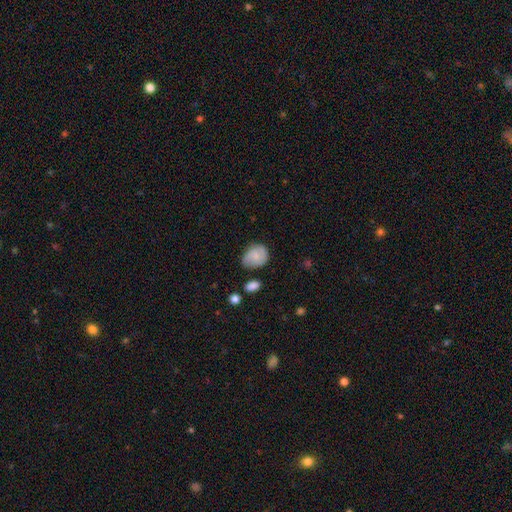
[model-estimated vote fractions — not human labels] Smooth or featured: smooth — 64% (featured or disk — 28%)
How rounded: round — 50% (in between — 49%)
Merging: none — 58% (minor disturbance — 30%)